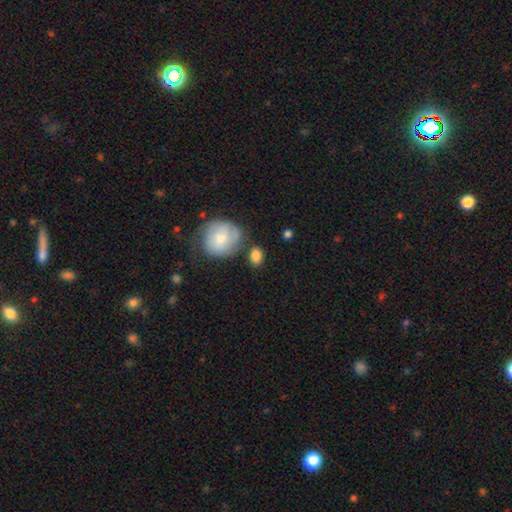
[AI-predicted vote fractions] The model was most divided on "how rounded": in between: 61%, round: 37%, cigar-shaped: 2%. More confident: smooth or featured — smooth (84%); merging — none (72%).